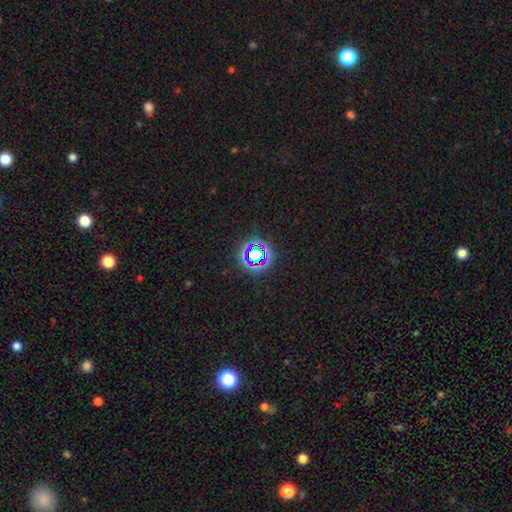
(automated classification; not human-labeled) A star or artifact, not a galaxy (64%).

Vote fractions:
- Smooth or featured? star or artifact: 64% / smooth: 24% / featured or disk: 12%